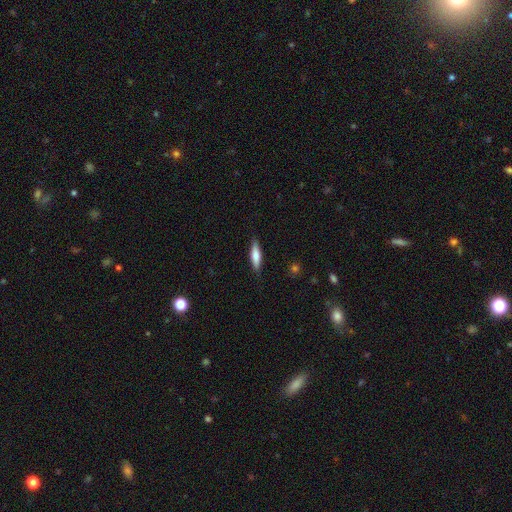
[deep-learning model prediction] Overall: smooth (68%). How rounded: cigar-shaped (72%). Merging: none (87%).